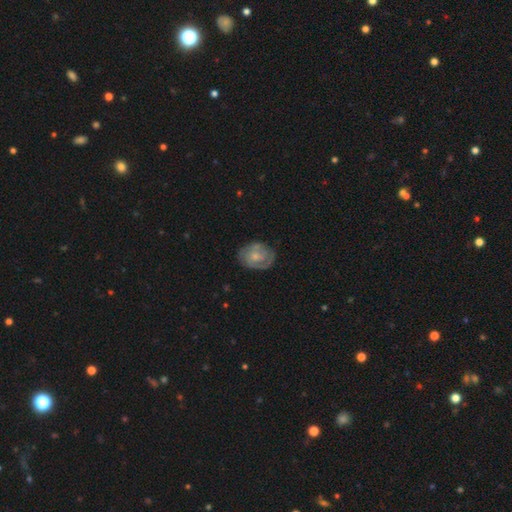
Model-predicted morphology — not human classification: This is possibly a featured or disk galaxy (56%). It is clearly not viewed edge-on (97%). Bar: likely no (76%). Spiral arm pattern: likely yes (68%). Central bulge: possibly small (49%). Merging: likely none (69%).